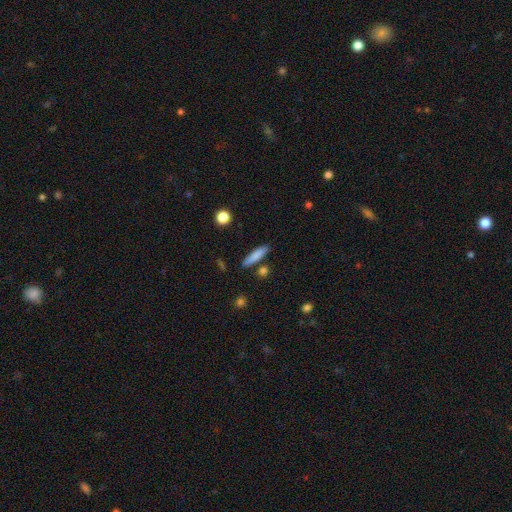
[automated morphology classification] Smooth or featured?
  - smooth: 79% *
  - featured or disk: 14%
  - star or artifact: 7%
How rounded?
  - cigar-shaped: 81% *
  - in between: 17%
  - round: 2%
Merging?
  - none: 82% *
  - minor disturbance: 11%
  - merger: 5%
  - major disturbance: 2%